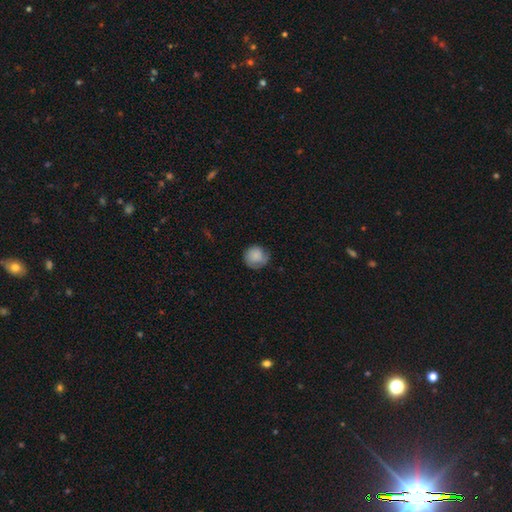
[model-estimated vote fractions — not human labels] Smooth or featured? smooth (76%)
How rounded? round (89%)
Merging? none (65%)